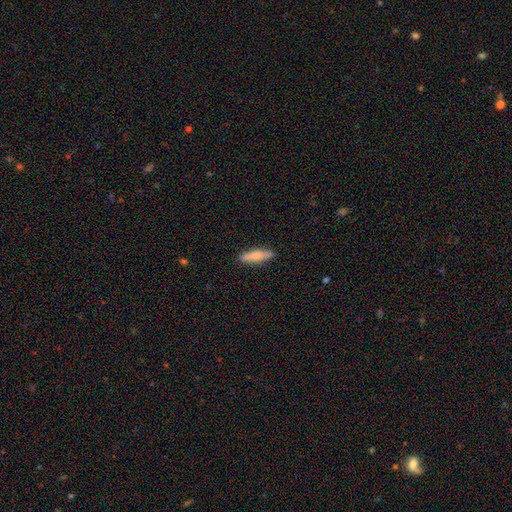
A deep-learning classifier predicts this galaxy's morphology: Smooth or featured? Predicted: smooth (p=0.70). How rounded? Predicted: cigar-shaped (p=0.77). Merging? Predicted: none (p=0.89).